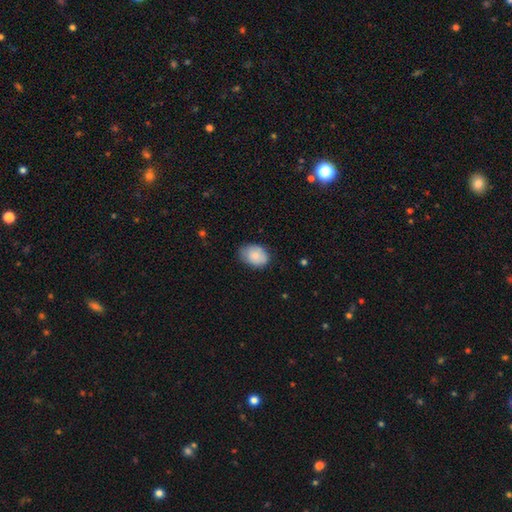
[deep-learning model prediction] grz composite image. It shows a smooth galaxy with no disk features (83%) that is in between round and cigar-shaped (77%). Merging: none (72%).